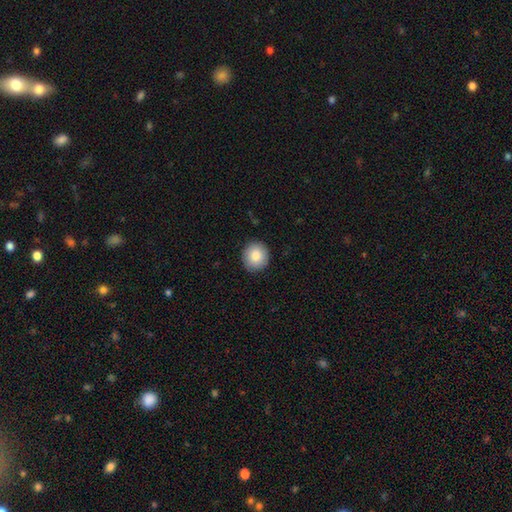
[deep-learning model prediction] Morphology: type=smooth (84%); roundness=round (90%); merging=none (90%).